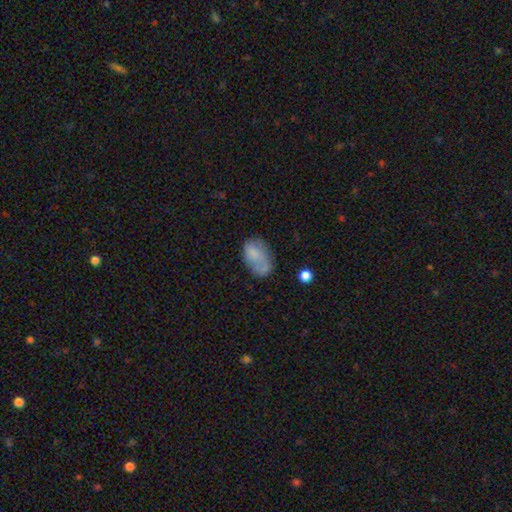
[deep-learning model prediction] A smooth galaxy with no disk features (68%) that is in between round and cigar-shaped (89%).

Vote fractions:
- Smooth or featured? smooth: 68% / featured or disk: 23% / star or artifact: 9%
- How rounded? in between: 89% / round: 10% / cigar-shaped: 2%
- Merging? none: 50% / minor disturbance: 29% / major disturbance: 16% / merger: 6%